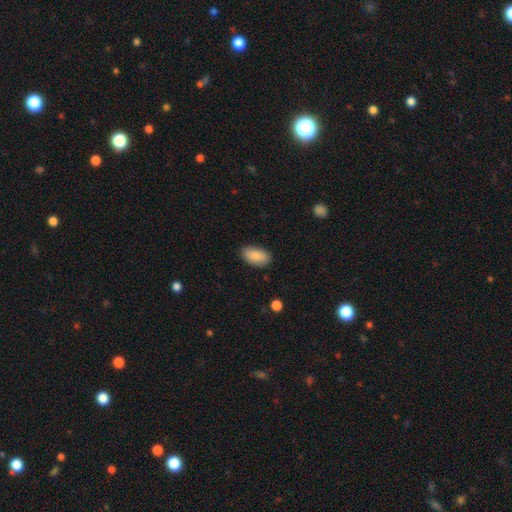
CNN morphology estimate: type=smooth (87%); roundness=in between (93%); merging=none (86%).